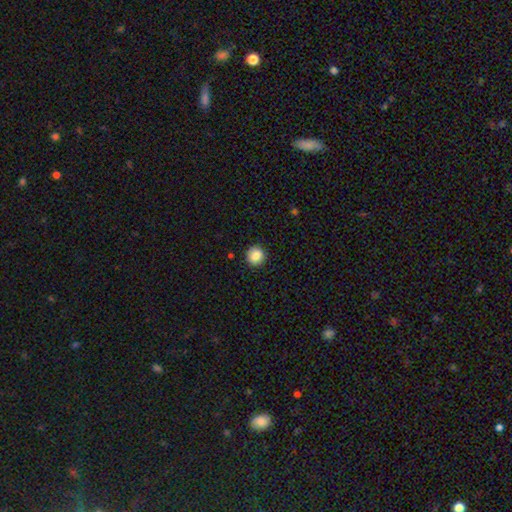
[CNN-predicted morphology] This appears to be a smooth galaxy with no disk features (85%) that is round (91%). Merging: none (91%).